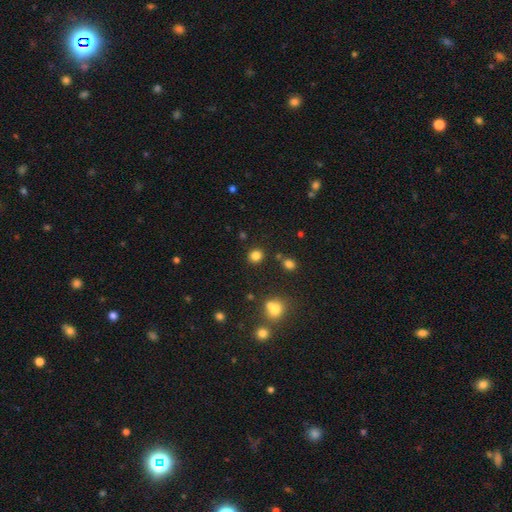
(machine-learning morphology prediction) smooth_or_featured: smooth (p=0.82) [alt: star or artifact p=0.14]
how_rounded: round (p=0.86) [alt: in between p=0.13]
merging: none (p=0.86) [alt: minor disturbance p=0.07]